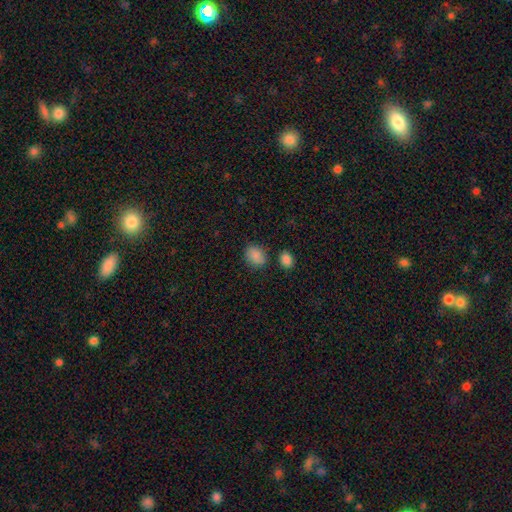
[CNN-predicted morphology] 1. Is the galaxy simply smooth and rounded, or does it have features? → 87% smooth, 10% star or artifact, 4% featured or disk.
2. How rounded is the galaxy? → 59% in between, 39% round, 1% cigar-shaped.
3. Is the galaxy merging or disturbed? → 80% none, 12% minor disturbance, 5% merger, 3% major disturbance.